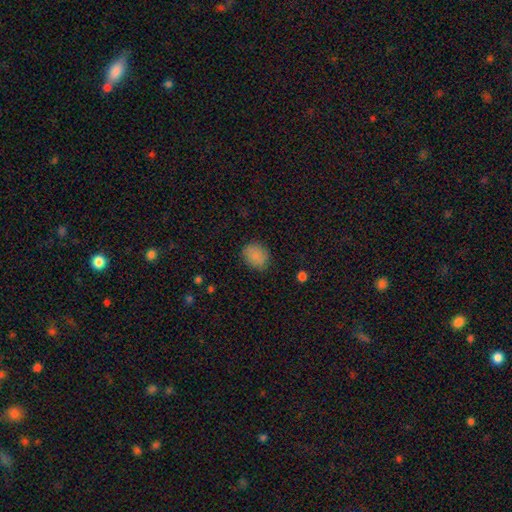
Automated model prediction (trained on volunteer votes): Smooth or featured: smooth — 84% (star or artifact — 9%)
How rounded: round — 55% (in between — 44%)
Merging: none — 82% (minor disturbance — 14%)